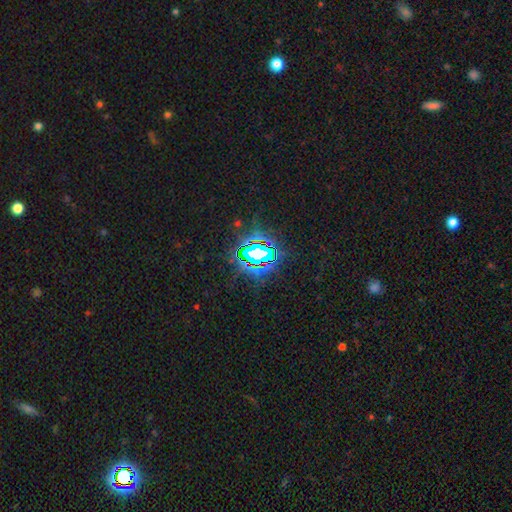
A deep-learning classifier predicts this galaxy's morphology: Smooth or featured? star or artifact (77%)